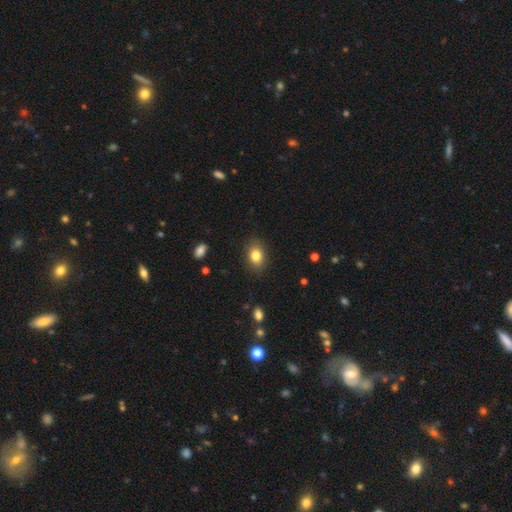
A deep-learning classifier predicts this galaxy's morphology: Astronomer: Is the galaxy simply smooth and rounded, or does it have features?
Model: smooth — 82%.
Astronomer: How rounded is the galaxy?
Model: in between — 72%.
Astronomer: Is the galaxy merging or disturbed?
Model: none — 86%.